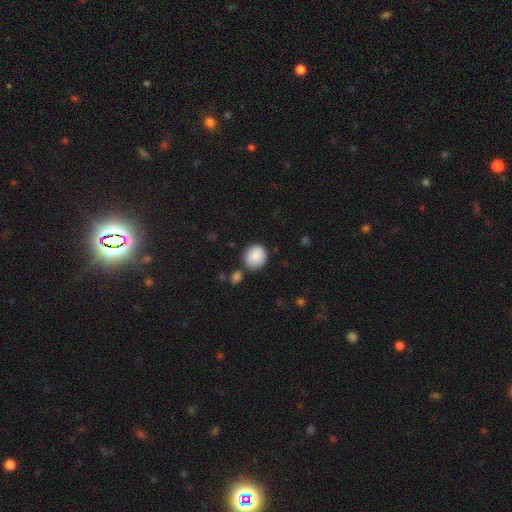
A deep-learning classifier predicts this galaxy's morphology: Smooth or featured? Predicted: smooth (p=0.88). How rounded? Predicted: round (p=0.84). Merging? Predicted: none (p=0.73).